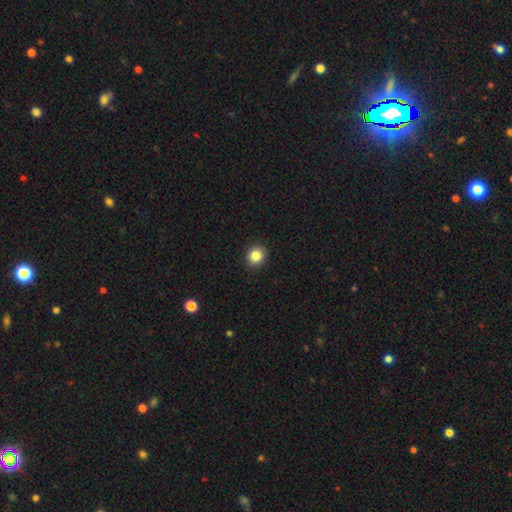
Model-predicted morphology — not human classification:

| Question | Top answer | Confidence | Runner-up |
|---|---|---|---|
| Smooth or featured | smooth | 84% | star or artifact (10%) |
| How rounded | round | 83% | in between (16%) |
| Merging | none | 92% | minor disturbance (6%) |